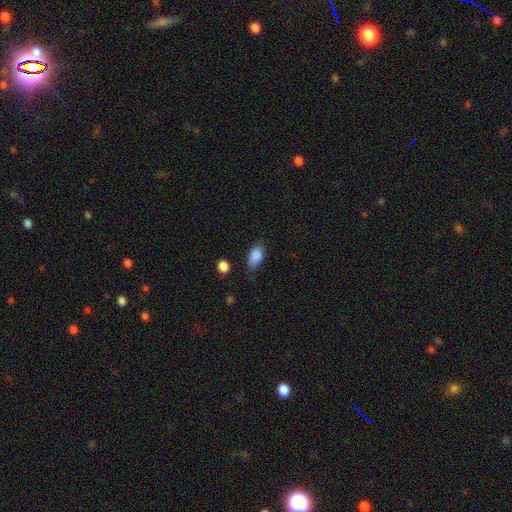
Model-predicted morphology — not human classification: This is clearly a smooth galaxy (88%). How rounded: clearly in between (90%). Merging: likely none (69%).